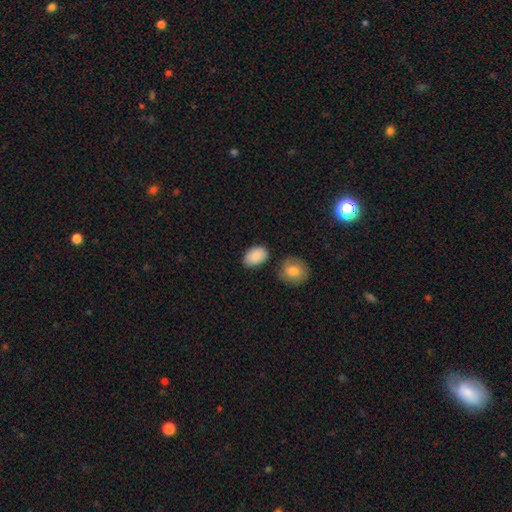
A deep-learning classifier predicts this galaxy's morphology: Smooth or featured? Predicted: smooth (p=0.89). How rounded? Predicted: in between (p=0.87). Merging? Predicted: none (p=0.77).